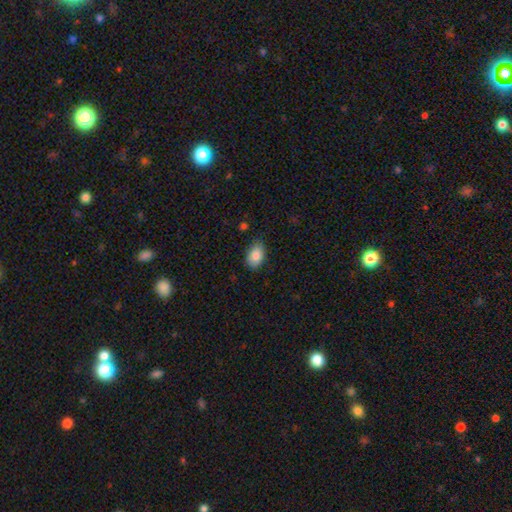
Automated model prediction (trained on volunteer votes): Smooth or featured?
  - smooth: 86% *
  - star or artifact: 7%
  - featured or disk: 6%
How rounded?
  - in between: 89% *
  - round: 9%
  - cigar-shaped: 1%
Merging?
  - none: 79% *
  - minor disturbance: 16%
  - major disturbance: 3%
  - merger: 1%